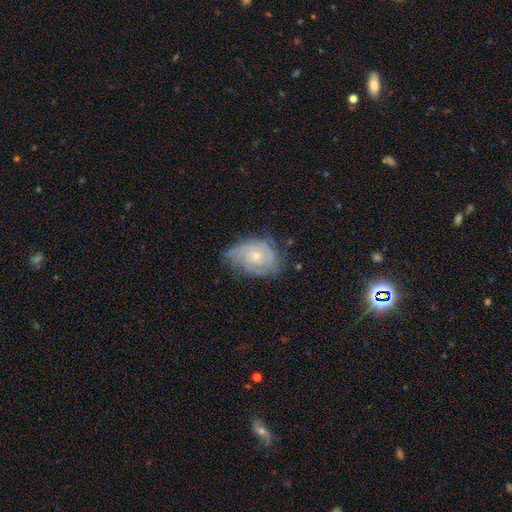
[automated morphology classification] Smooth or featured: featured or disk — 70% (smooth — 23%)
Edge-on disk: no — 96% (yes — 4%)
Bar: no — 80% (weak — 17%)
Spiral arms: yes — 83% (no — 17%)
Spiral winding: tight — 64% (medium — 26%)
Spiral arm count: can't tell — 49% (2 — 21%)
Bulge size: small — 66% (moderate — 30%)
Merging: none — 54% (minor disturbance — 30%)